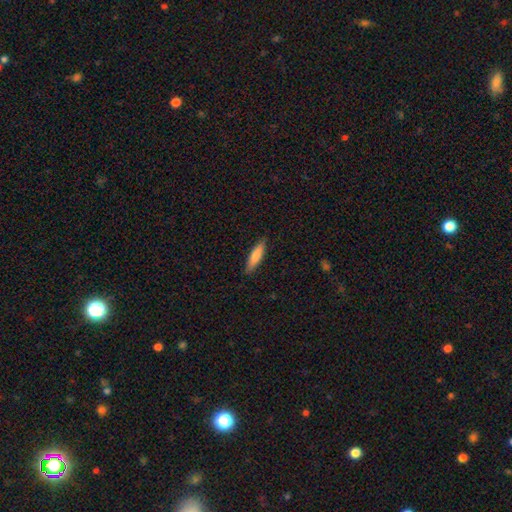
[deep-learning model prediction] The model was most divided on "how rounded": cigar-shaped: 76%, in between: 23%, round: 1%. More confident: merging — none (88%); smooth or featured — smooth (79%).